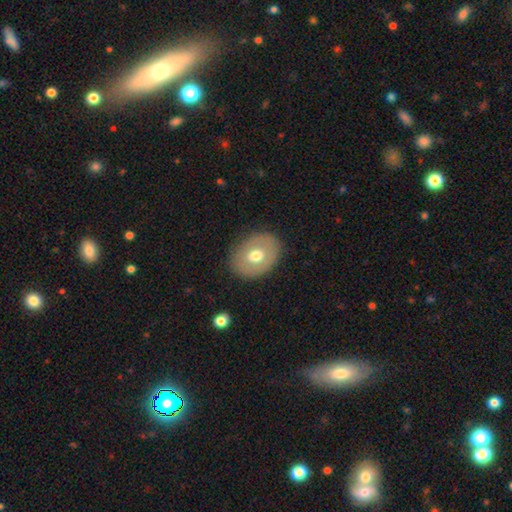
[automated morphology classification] A smooth galaxy with no disk features (62%) that is in between round and cigar-shaped (66%).

Vote fractions:
- Smooth or featured? smooth: 62% / featured or disk: 31% / star or artifact: 7%
- How rounded? in between: 66% / round: 33% / cigar-shaped: 1%
- Merging? none: 85% / minor disturbance: 10% / major disturbance: 4% / merger: 1%